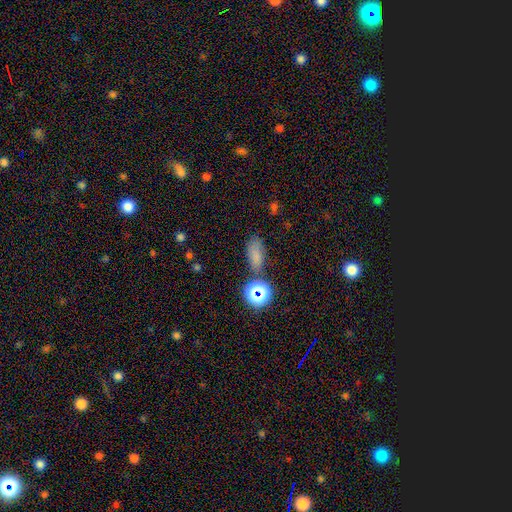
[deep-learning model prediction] Smooth or featured? smooth (72%)
How rounded? in between (79%)
Merging? none (67%)